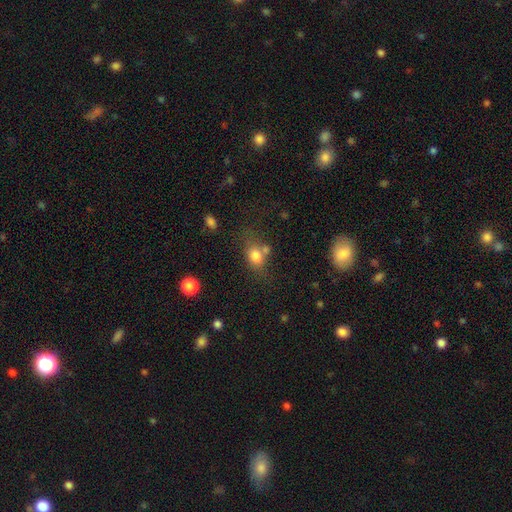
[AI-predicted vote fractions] This appears to be a smooth galaxy with no disk features (78%) that is in between round and cigar-shaped (65%). Merging: none (51%).